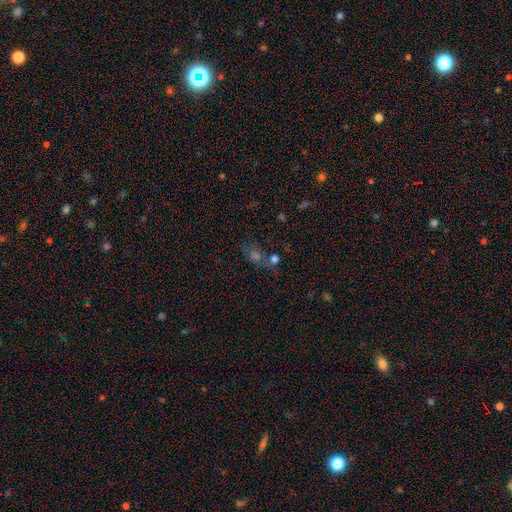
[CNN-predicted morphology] A smooth galaxy with no disk features (42%).

Vote fractions:
- Smooth or featured? smooth: 42% / star or artifact: 38% / featured or disk: 20%
- Merging? none: 54% / merger: 22% / minor disturbance: 15% / major disturbance: 9%